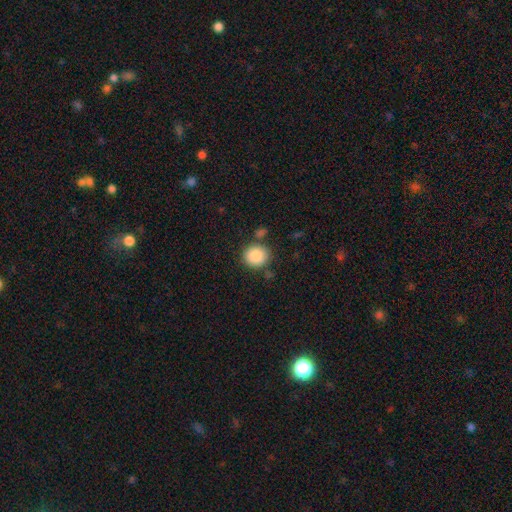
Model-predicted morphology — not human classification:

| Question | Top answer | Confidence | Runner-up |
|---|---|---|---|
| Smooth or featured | smooth | 88% | star or artifact (8%) |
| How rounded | round | 84% | in between (15%) |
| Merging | none | 77% | minor disturbance (11%) |